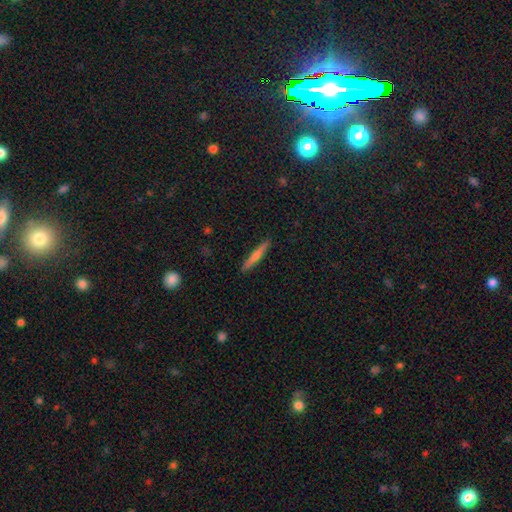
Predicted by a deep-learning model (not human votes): Morphology: type=smooth (50%); merging=none (91%).